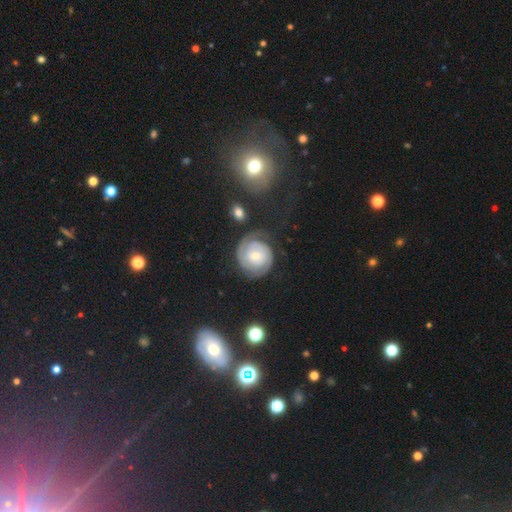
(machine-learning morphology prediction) featured or disk 74%, smooth 19%, star or artifact 7%. Down the decision tree: edge-on disk — no (98%); bar — no (60%); spiral arms — yes (93%); spiral arm count — 2 (62%); spiral winding — tight (69%); bulge size — small (57%); merging — none (67%).